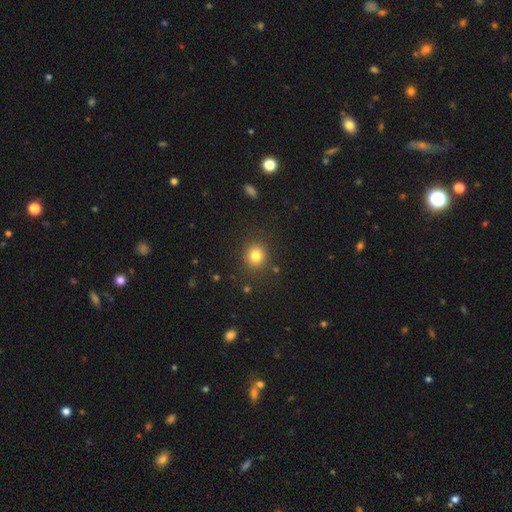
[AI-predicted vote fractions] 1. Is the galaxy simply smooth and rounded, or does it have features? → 81% smooth, 12% star or artifact, 6% featured or disk.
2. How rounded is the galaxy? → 85% round, 14% in between, 1% cigar-shaped.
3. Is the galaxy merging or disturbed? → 86% none, 8% minor disturbance, 3% major disturbance, 2% merger.